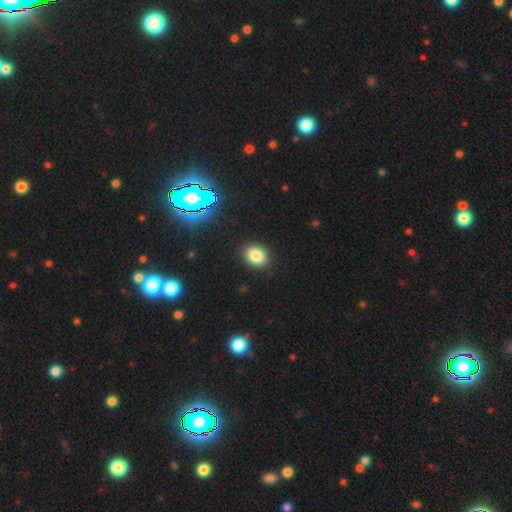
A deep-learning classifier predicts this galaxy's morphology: Smooth or featured? Predicted: smooth (p=0.83). How rounded? Predicted: in between (p=0.58). Merging? Predicted: none (p=0.90).